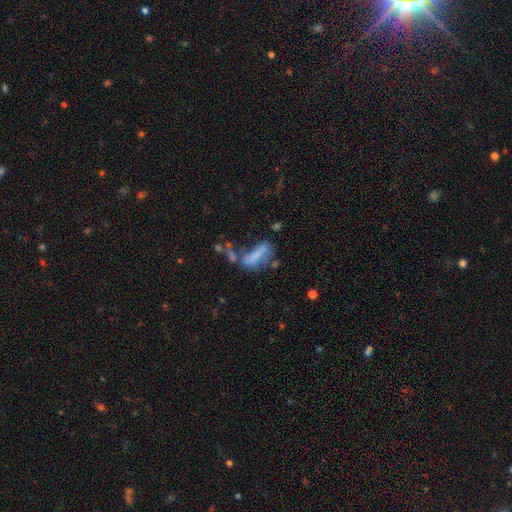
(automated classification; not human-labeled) A smooth galaxy with no disk features (56%) that is in between round and cigar-shaped (63%). Merging: major disturbance (31%).